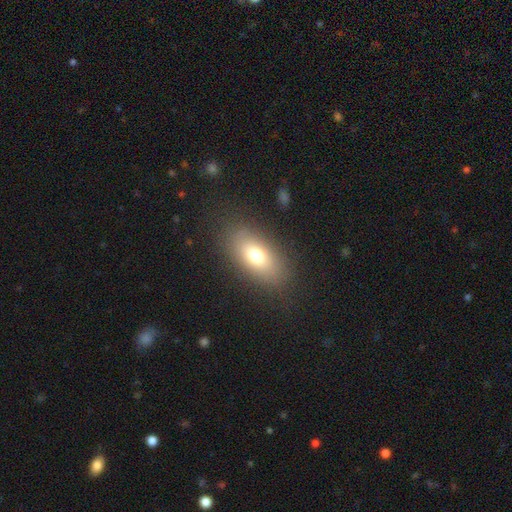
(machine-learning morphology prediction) Smooth or featured?
  - smooth: 72% *
  - featured or disk: 18%
  - star or artifact: 10%
How rounded?
  - in between: 85% *
  - round: 8%
  - cigar-shaped: 7%
Merging?
  - none: 83% *
  - minor disturbance: 11%
  - major disturbance: 5%
  - merger: 1%